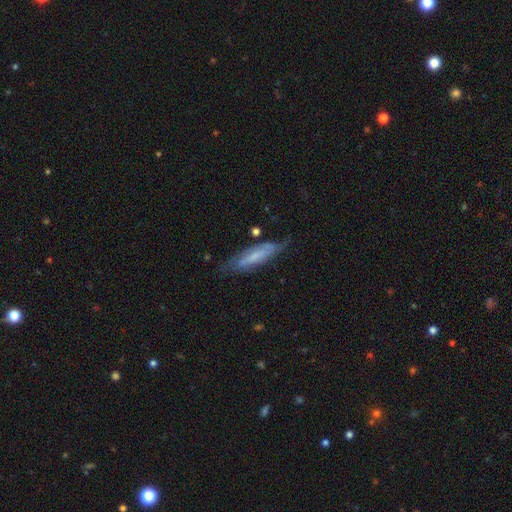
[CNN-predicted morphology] Smooth or featured: featured or disk — 55% (smooth — 38%)
Edge-on disk: no — 56% (yes — 44%)
Merging: none — 65% (minor disturbance — 24%)